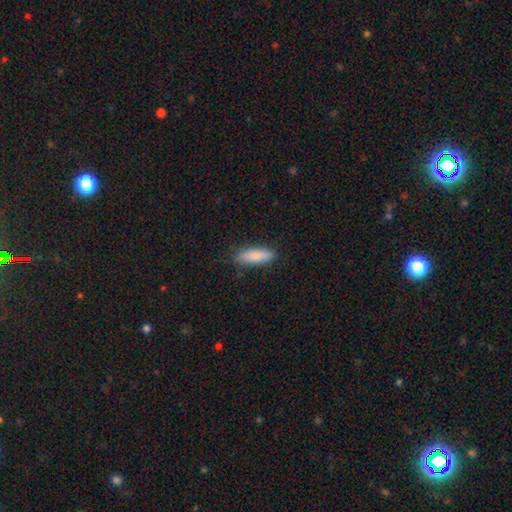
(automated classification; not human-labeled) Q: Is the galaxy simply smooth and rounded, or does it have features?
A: smooth — 85%.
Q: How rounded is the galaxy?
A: cigar-shaped — 54%.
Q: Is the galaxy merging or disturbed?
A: none — 84%.